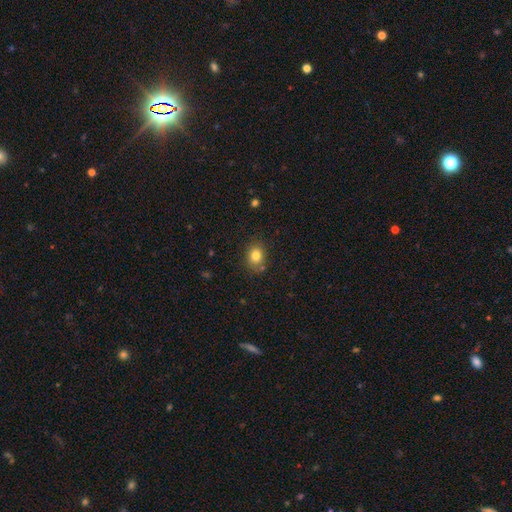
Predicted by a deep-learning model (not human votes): This appears to be a smooth galaxy with no disk features (81%) that is round (58%). Merging: none (80%).